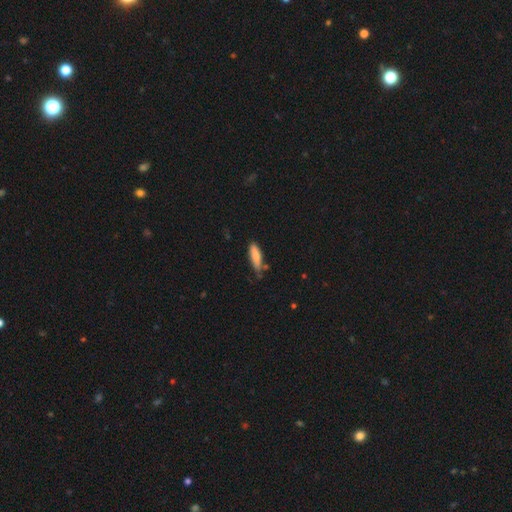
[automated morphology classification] This appears to be a smooth galaxy with no disk features (80%) that is cigar-shaped (56%). Merging: none (56%).